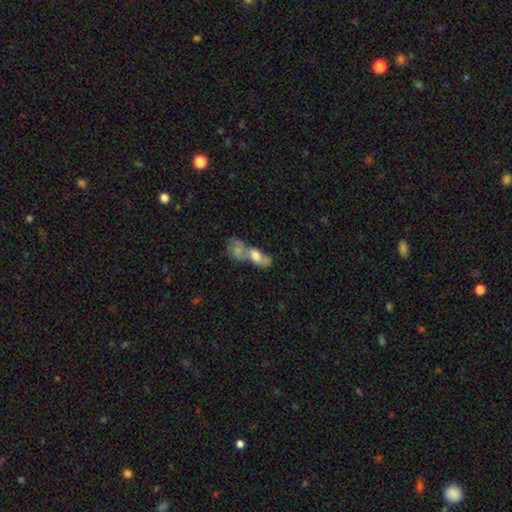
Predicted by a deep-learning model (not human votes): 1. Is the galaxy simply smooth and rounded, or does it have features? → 52% smooth, 39% featured or disk, 10% star or artifact.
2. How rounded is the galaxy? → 75% in between, 15% cigar-shaped, 10% round.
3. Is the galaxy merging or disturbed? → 70% merger, 15% none, 8% major disturbance, 7% minor disturbance.